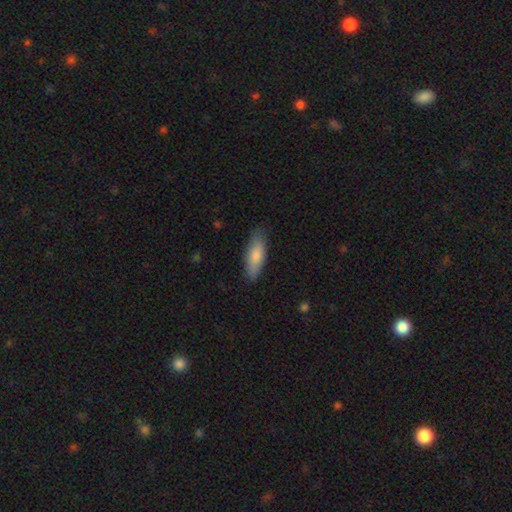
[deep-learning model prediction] smooth_or_featured: smooth (p=0.79) [alt: featured or disk p=0.16]
how_rounded: in between (p=0.56) [alt: cigar-shaped p=0.42]
merging: none (p=0.82) [alt: minor disturbance p=0.14]